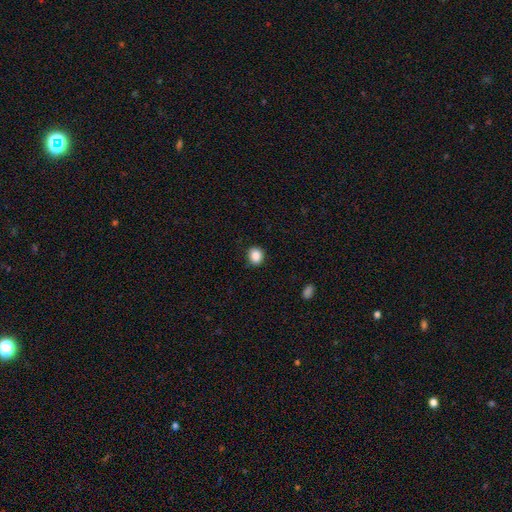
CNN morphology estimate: Smooth or featured: smooth — 87% (star or artifact — 10%)
How rounded: round — 71% (in between — 28%)
Merging: none — 87% (minor disturbance — 9%)